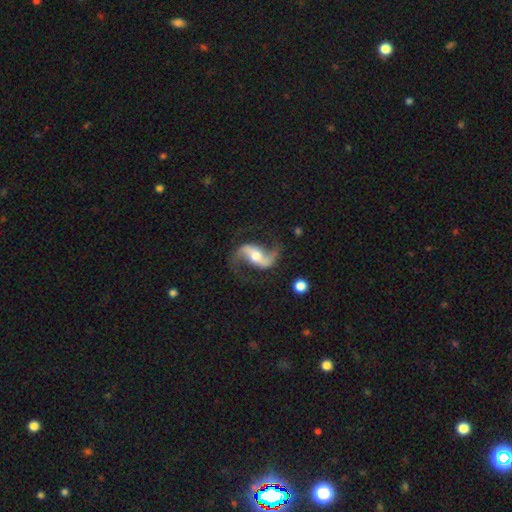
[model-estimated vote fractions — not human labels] A featured or disk galaxy (89%) with a strong bar (44%), 2 (94%) loose (69%) spiral arms (97%) and a moderate central bulge (66%). Merging: none (76%).